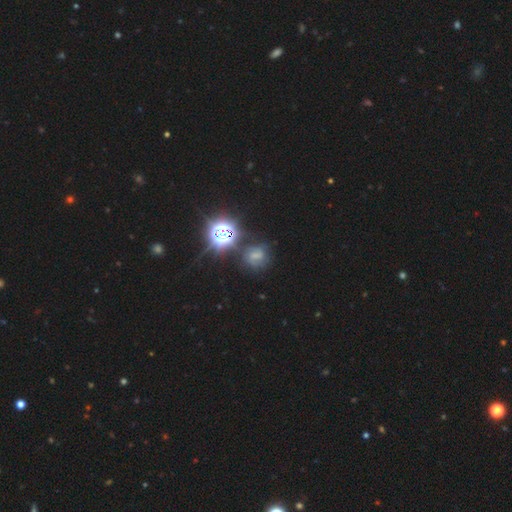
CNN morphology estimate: This appears to be a smooth galaxy with no disk features (35%, tied with star or artifact). Merging: none (62%).